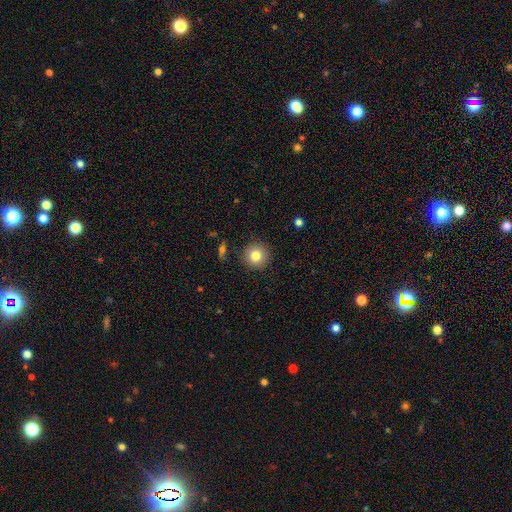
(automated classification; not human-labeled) Smooth or featured?
  - smooth: 81% *
  - star or artifact: 10%
  - featured or disk: 9%
How rounded?
  - round: 94% *
  - in between: 5%
  - cigar-shaped: 1%
Merging?
  - none: 90% *
  - minor disturbance: 7%
  - major disturbance: 2%
  - merger: 1%